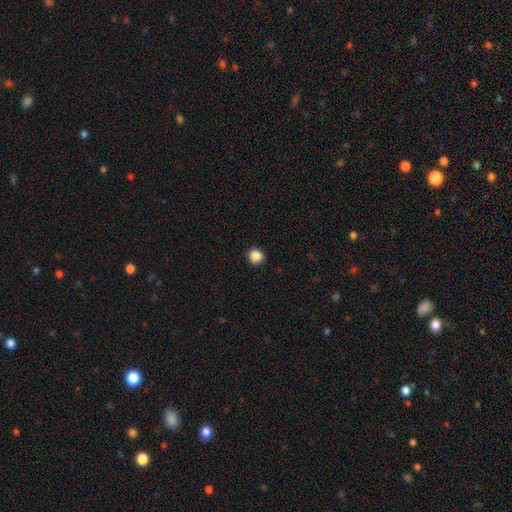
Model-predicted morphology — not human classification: type=smooth (88%); roundness=round (86%); merging=none (90%).